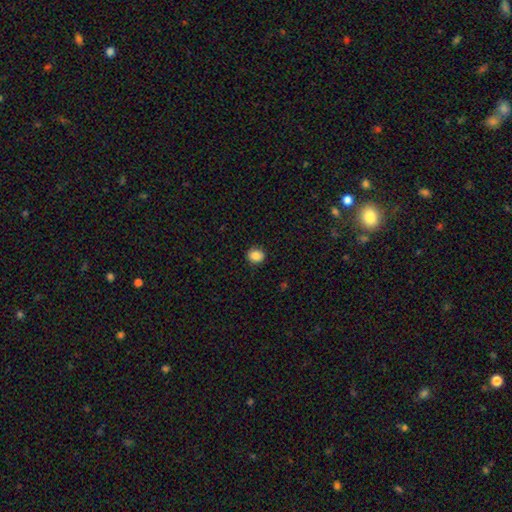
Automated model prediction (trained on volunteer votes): A smooth galaxy with no disk features (86%) that is round (77%). Merging: none (91%).